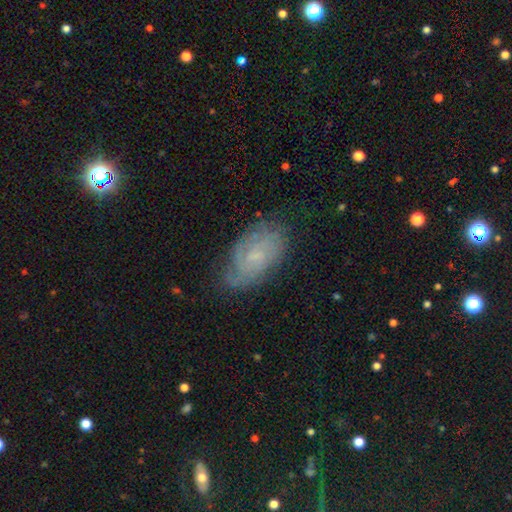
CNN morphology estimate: type=featured or disk (60%); edge-on=no (95%); bar=no (69%); spiral arms=yes (88%); bulge=small (61%); merging=none (71%).